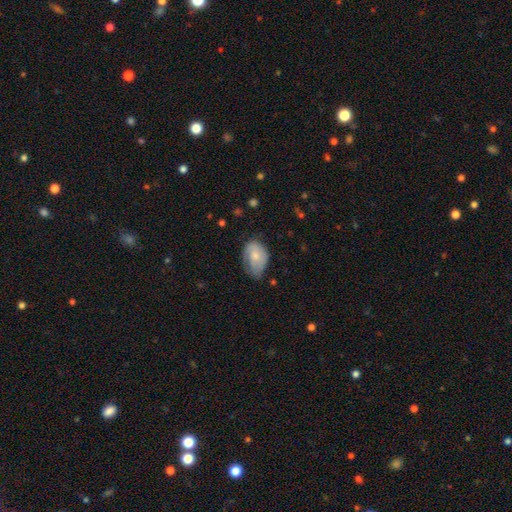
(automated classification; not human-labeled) Smooth or featured?
  - smooth: 68% *
  - featured or disk: 25%
  - star or artifact: 6%
How rounded?
  - in between: 85% *
  - round: 13%
  - cigar-shaped: 1%
Merging?
  - none: 42% *
  - minor disturbance: 41%
  - major disturbance: 16%
  - merger: 2%